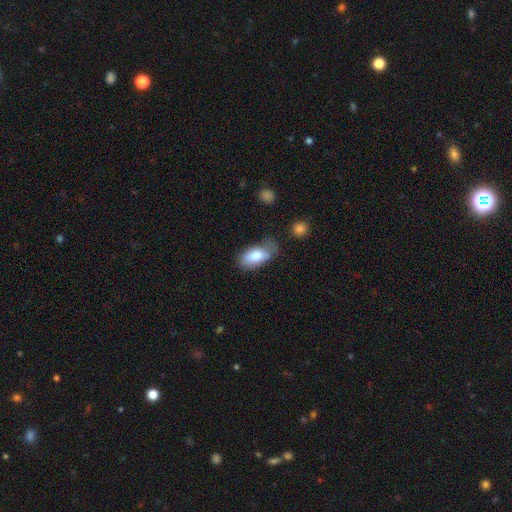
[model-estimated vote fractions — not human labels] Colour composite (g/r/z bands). It shows a smooth galaxy with no disk features (80%) that is in between round and cigar-shaped (92%). Merging: none (53%).